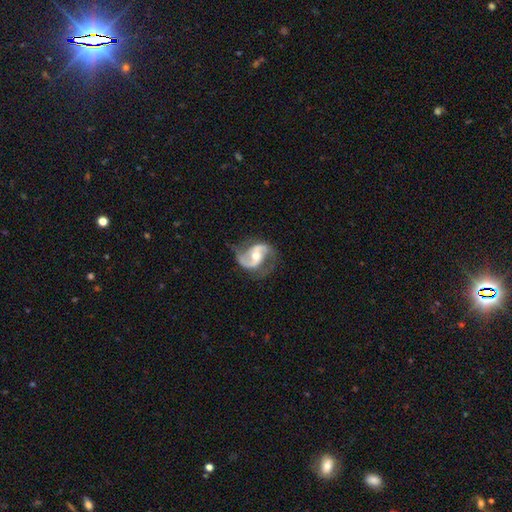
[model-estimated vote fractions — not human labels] A featured or disk galaxy (90%) with no bar (41%, tied with weak), 2 (93%) medium (51%) spiral arms (97%) and a moderate central bulge (69%). Merging: none (68%).